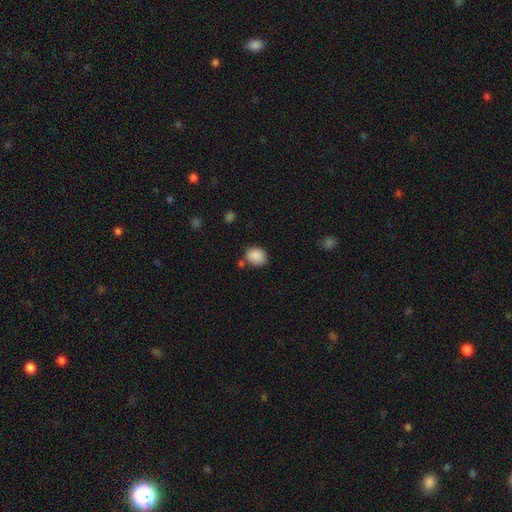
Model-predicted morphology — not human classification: Q: Smooth or featured?
A: smooth (89%); runner-up: star or artifact (8%)
Q: How rounded?
A: round (67%); runner-up: in between (32%)
Q: Merging?
A: none (76%); runner-up: minor disturbance (12%)